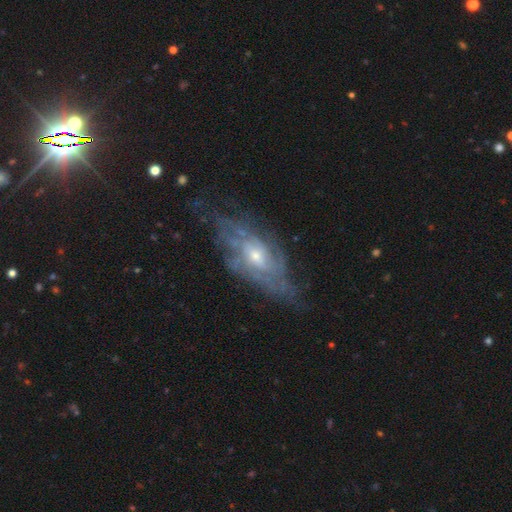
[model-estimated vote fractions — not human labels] A featured or disk galaxy (76%) with no bar (69%), tight (53%) spiral arms (81%) and a small central bulge (48%). Merging: none (65%).